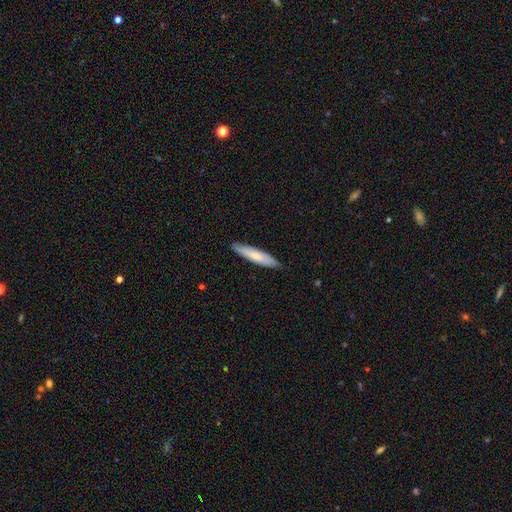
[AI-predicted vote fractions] Morphology: type=smooth (71%); roundness=cigar-shaped (86%); merging=none (88%).